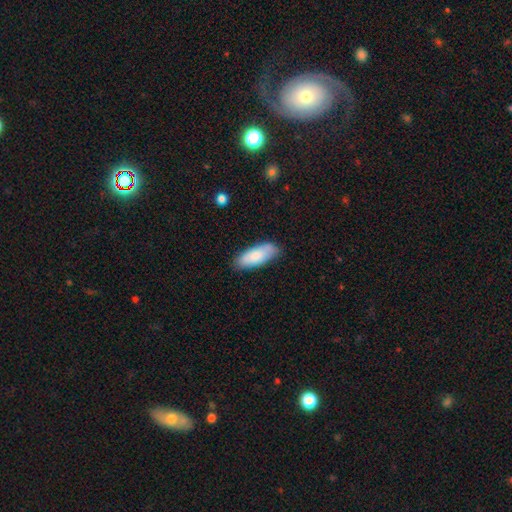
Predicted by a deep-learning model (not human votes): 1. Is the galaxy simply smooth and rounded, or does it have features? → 84% smooth, 11% featured or disk, 6% star or artifact.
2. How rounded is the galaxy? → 78% in between, 21% cigar-shaped, 2% round.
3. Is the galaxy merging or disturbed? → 81% none, 15% minor disturbance, 3% major disturbance, 1% merger.